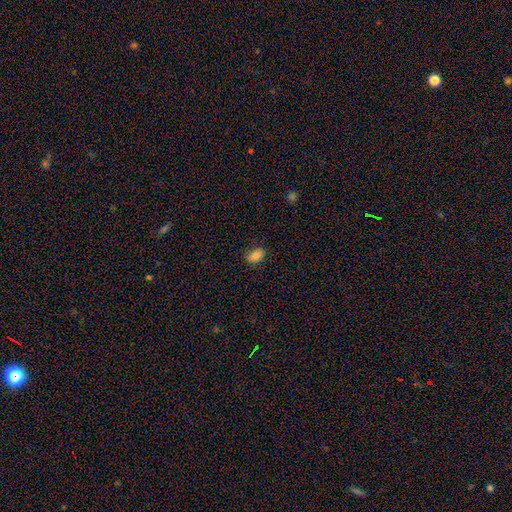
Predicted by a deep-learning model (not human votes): Smooth or featured?
  - smooth: 84% *
  - star or artifact: 9%
  - featured or disk: 7%
How rounded?
  - in between: 87% *
  - round: 11%
  - cigar-shaped: 2%
Merging?
  - none: 84% *
  - minor disturbance: 13%
  - major disturbance: 2%
  - merger: 1%